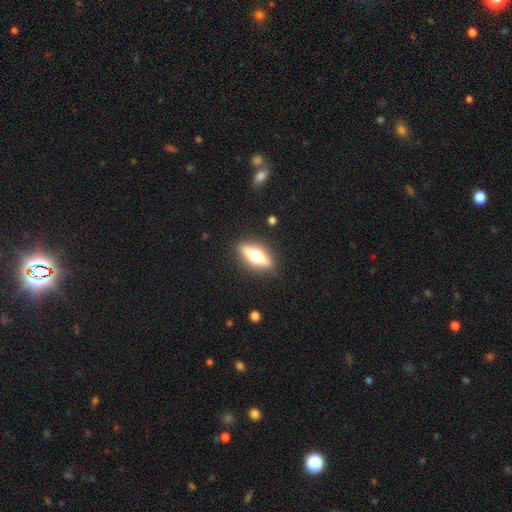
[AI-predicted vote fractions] Smooth or featured? Predicted: featured or disk (p=0.57). Edge-on disk? Predicted: yes (p=0.90). Edge-on bulge? Predicted: rounded (p=0.94). Merging? Predicted: none (p=0.88).